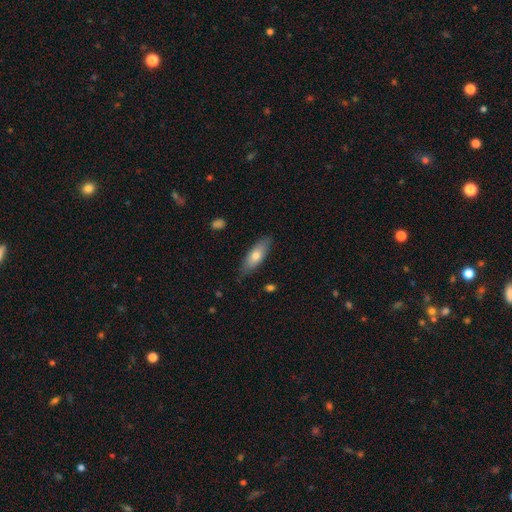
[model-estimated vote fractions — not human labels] Smooth or featured?
  - smooth: 69% *
  - featured or disk: 25%
  - star or artifact: 6%
How rounded?
  - in between: 60% *
  - cigar-shaped: 38%
  - round: 2%
Merging?
  - none: 83% *
  - minor disturbance: 13%
  - major disturbance: 2%
  - merger: 1%